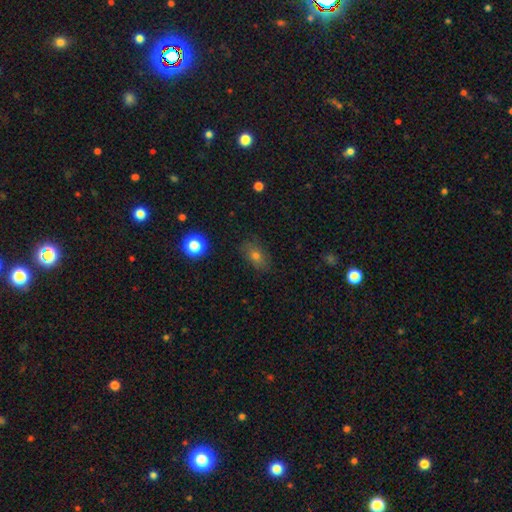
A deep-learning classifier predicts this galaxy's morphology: A smooth galaxy with no disk features (69%) that is in between round and cigar-shaped (78%). Merging: none (80%).